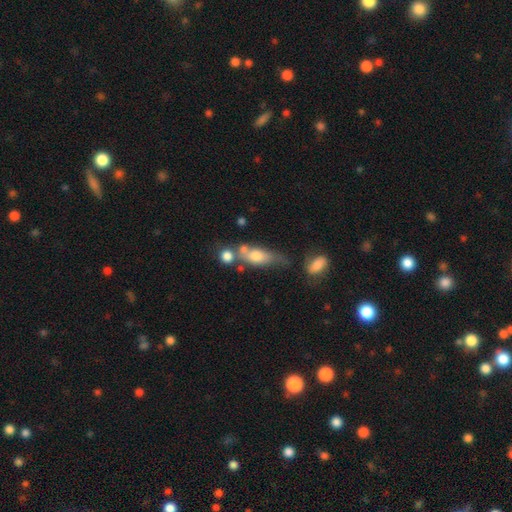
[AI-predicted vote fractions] smooth_or_featured: smooth (p=0.58) [alt: featured or disk p=0.32]
how_rounded: in between (p=0.59) [alt: cigar-shaped p=0.31]
merging: none (p=0.36) [alt: merger p=0.32]